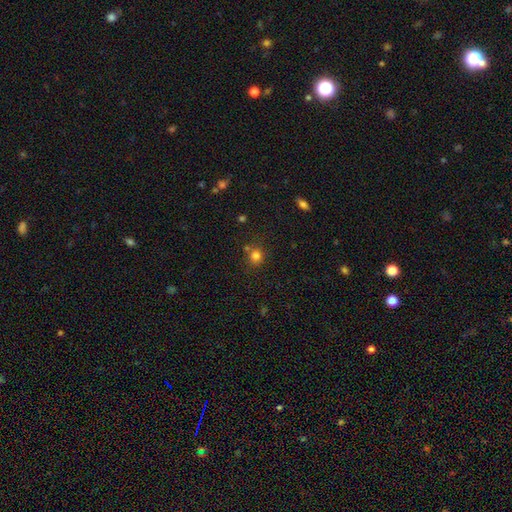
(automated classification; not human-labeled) The model was most divided on "merging": none: 70%, merger: 15%, minor disturbance: 11%, major disturbance: 4%. More confident: how rounded — round (87%); smooth or featured — smooth (79%).